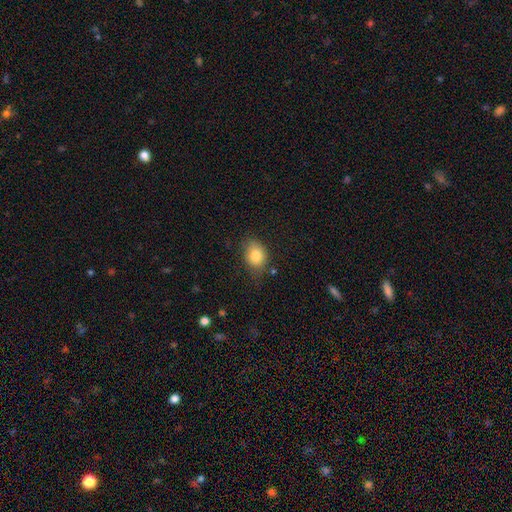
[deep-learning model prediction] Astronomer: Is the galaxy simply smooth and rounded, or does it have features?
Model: smooth — 82%.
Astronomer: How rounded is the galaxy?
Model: in between — 61% (runner-up: round, 38%).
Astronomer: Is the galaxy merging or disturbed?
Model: none — 68%.